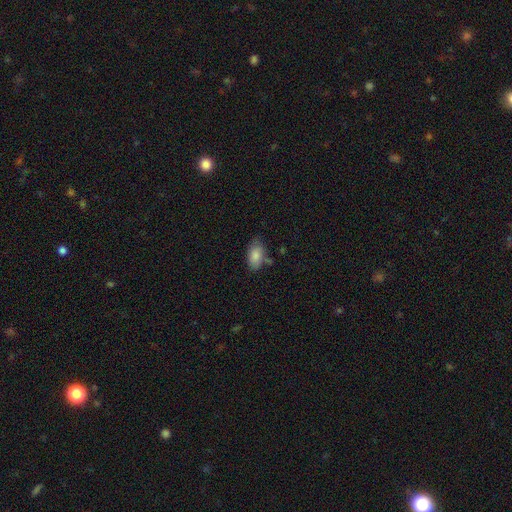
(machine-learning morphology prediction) smooth-or-featured: smooth: 85% | featured or disk: 8% | star or artifact: 7%
  how-rounded: in between: 93% | round: 5% | cigar-shaped: 3%
  merging: none: 67% | minor disturbance: 21% | merger: 7% | major disturbance: 5%